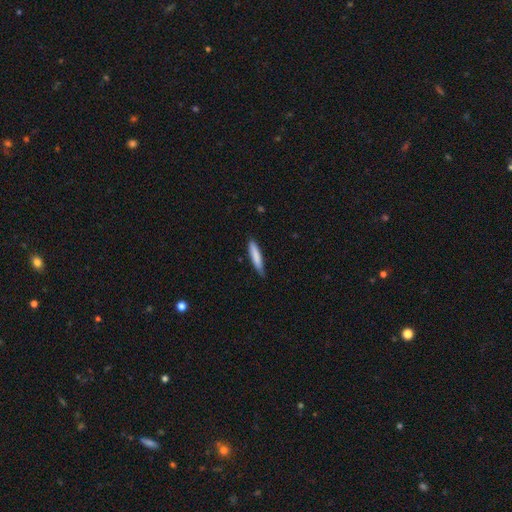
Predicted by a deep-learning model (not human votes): smooth 82%, featured or disk 13%, star or artifact 6%. Down the decision tree: how rounded — cigar-shaped (88%); merging — none (80%).